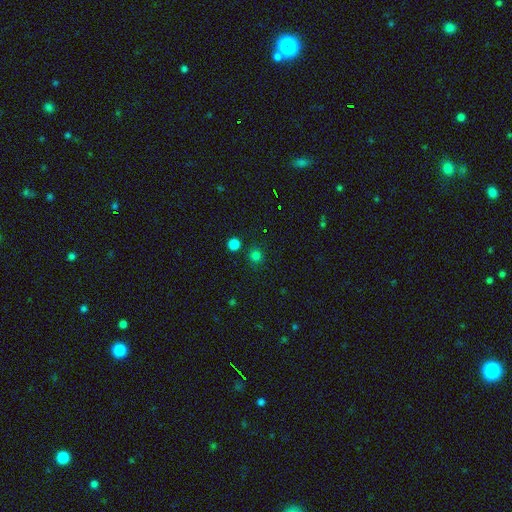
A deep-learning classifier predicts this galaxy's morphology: smooth 78%, star or artifact 18%, featured or disk 4%. Down the decision tree: how rounded — round (93%); merging — none (85%).